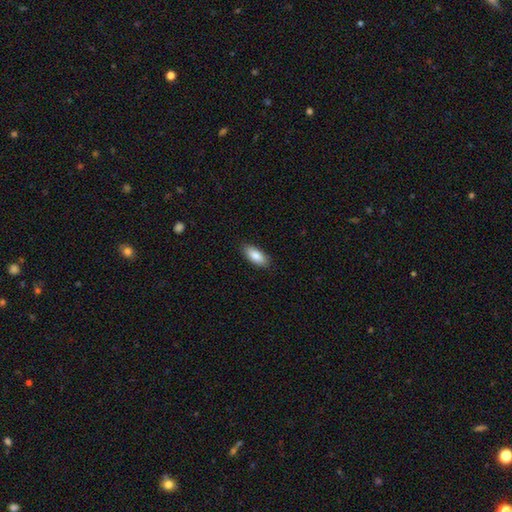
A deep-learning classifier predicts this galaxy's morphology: This is clearly a smooth galaxy (86%). How rounded: clearly in between (85%). Merging: clearly none (88%).